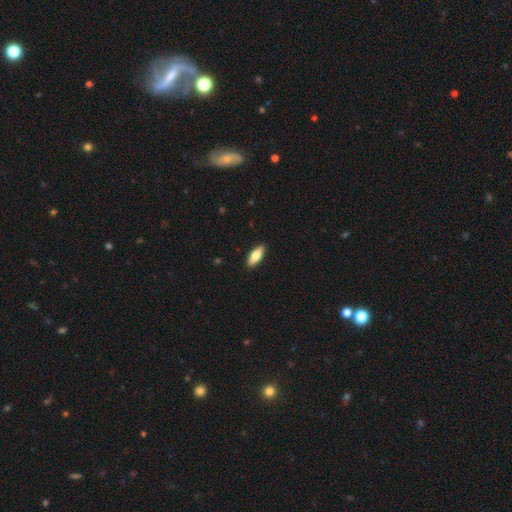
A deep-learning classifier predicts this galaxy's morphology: smooth 70%, featured or disk 24%, star or artifact 6%. Down the decision tree: how rounded — in between (69%); merging — none (90%).